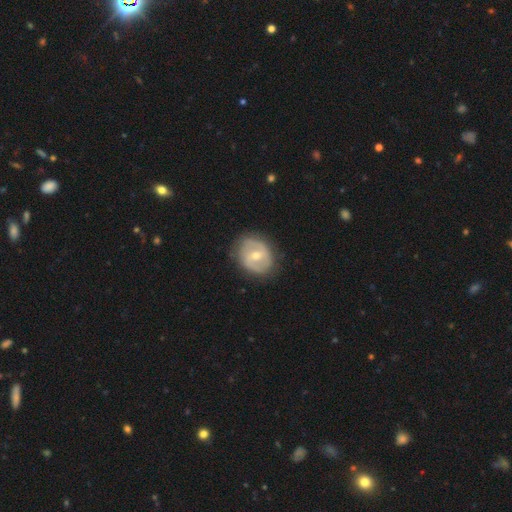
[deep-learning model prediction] Smooth or featured? Predicted: featured or disk (p=0.67). Edge-on disk? Predicted: no (p=0.97). Bar? Predicted: weak (p=0.50). Spiral arms? Predicted: yes (p=0.64). Bulge size? Predicted: moderate (p=0.66). Merging? Predicted: none (p=0.79).